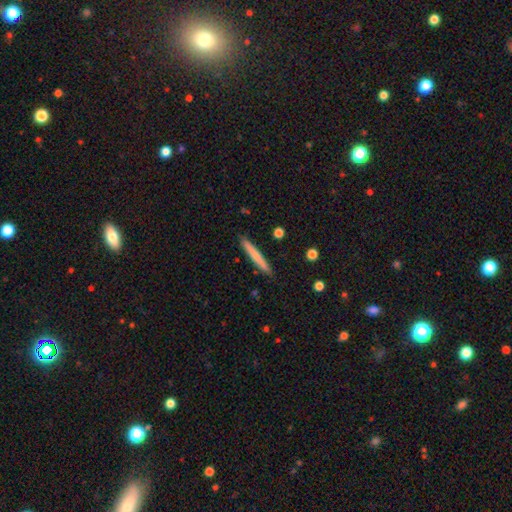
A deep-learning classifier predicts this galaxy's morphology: type=smooth (68%); roundness=cigar-shaped (97%); merging=none (91%).